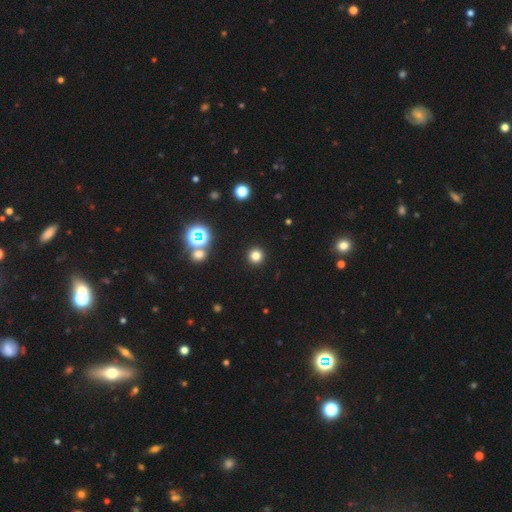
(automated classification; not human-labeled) Smooth or featured?
  - smooth: 77% *
  - star or artifact: 18%
  - featured or disk: 5%
How rounded?
  - round: 95% *
  - in between: 4%
  - cigar-shaped: 1%
Merging?
  - none: 92% *
  - minor disturbance: 4%
  - major disturbance: 2%
  - merger: 2%